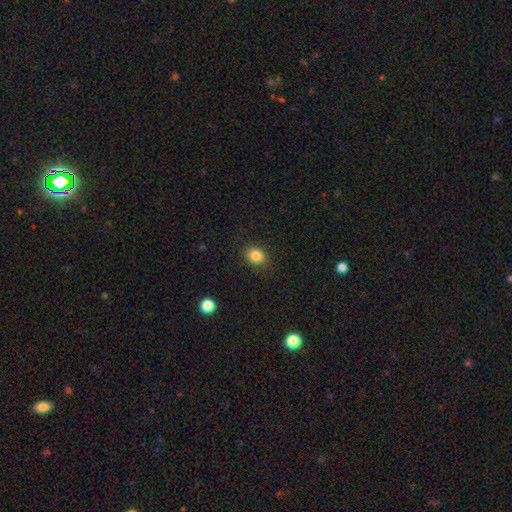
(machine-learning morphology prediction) smooth 84%, star or artifact 10%, featured or disk 6%. Down the decision tree: how rounded — round (59%); merging — none (87%).